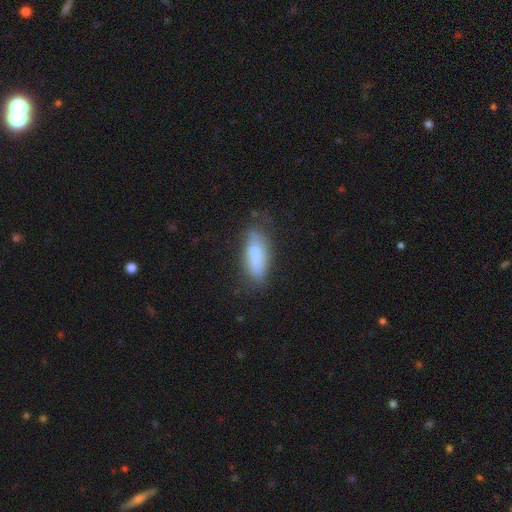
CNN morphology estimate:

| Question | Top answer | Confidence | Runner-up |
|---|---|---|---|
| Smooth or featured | smooth | 75% | featured or disk (18%) |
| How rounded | in between | 56% | cigar-shaped (42%) |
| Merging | none | 67% | minor disturbance (24%) |